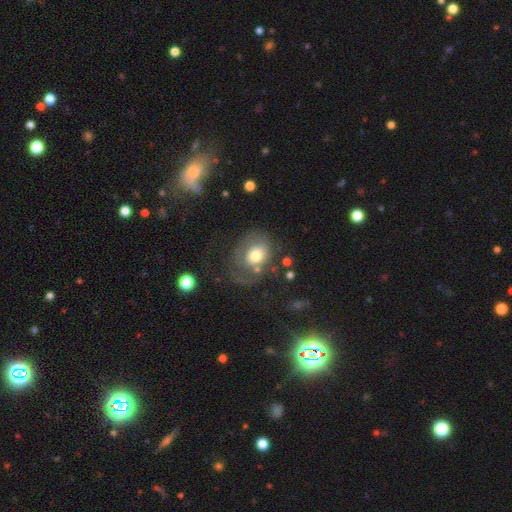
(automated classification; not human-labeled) This appears to be a smooth galaxy with no disk features (55%) that is round (57%). Merging: none (41%).